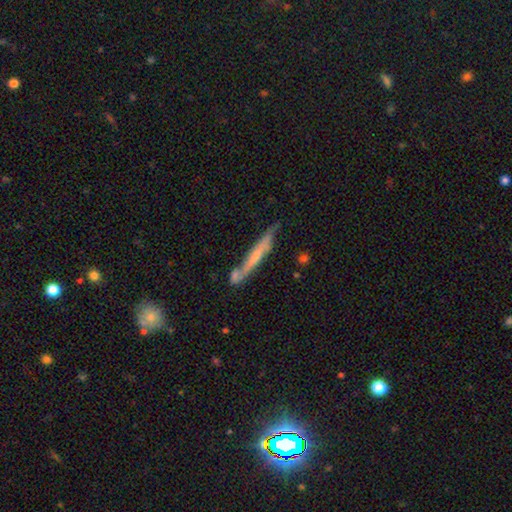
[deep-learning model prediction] Morphology: type=featured or disk (55%); edge-on=yes (85%); merging=none (59%).